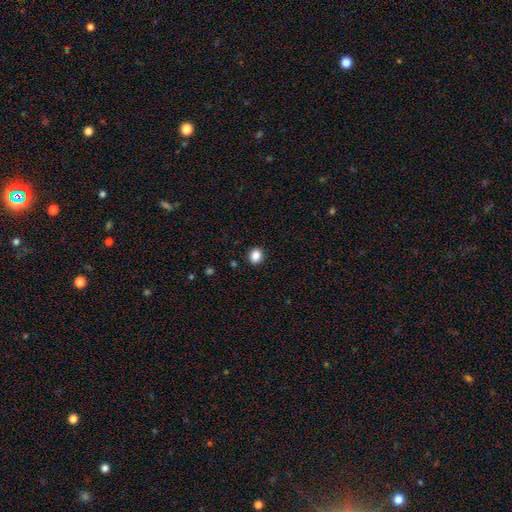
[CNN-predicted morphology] The model was most divided on "how rounded": round: 67%, in between: 32%, cigar-shaped: 1%. More confident: merging — none (91%); smooth or featured — smooth (87%).